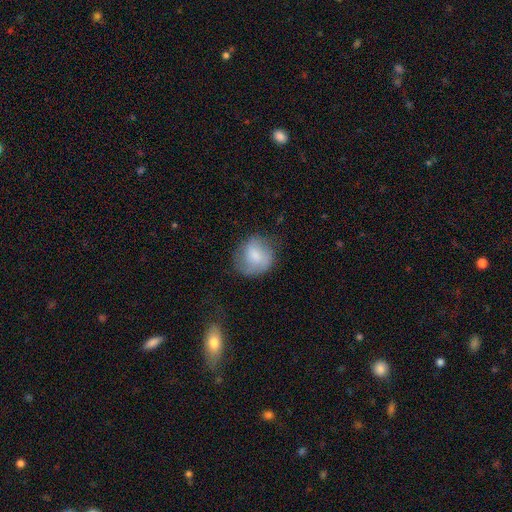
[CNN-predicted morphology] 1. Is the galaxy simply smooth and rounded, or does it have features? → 67% smooth, 26% featured or disk, 8% star or artifact.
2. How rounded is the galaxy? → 78% round, 21% in between, 1% cigar-shaped.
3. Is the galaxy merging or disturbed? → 61% none, 26% minor disturbance, 12% major disturbance, 2% merger.